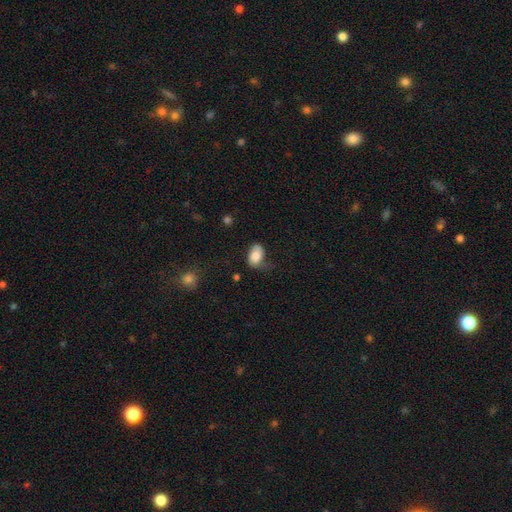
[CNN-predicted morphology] This is likely a smooth galaxy (79%). How rounded: clearly in between (86%). Merging: marginally none (38%).